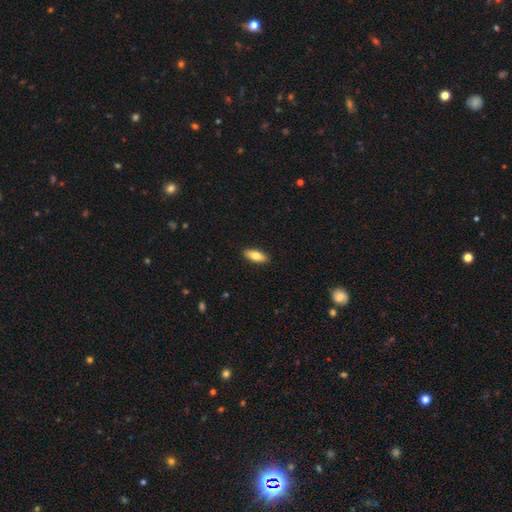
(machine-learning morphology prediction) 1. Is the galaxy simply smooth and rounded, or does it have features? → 75% smooth, 19% featured or disk, 6% star or artifact.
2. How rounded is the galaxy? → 74% in between, 24% cigar-shaped, 2% round.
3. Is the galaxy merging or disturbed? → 90% none, 7% minor disturbance, 2% major disturbance, 1% merger.